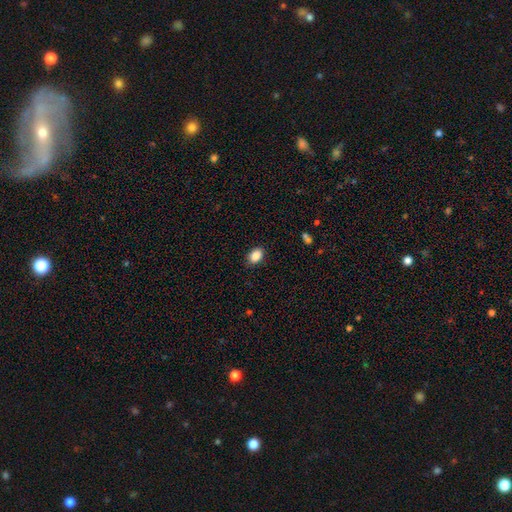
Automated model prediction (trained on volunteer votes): Overall: smooth (88%). How rounded: in between (78%). Merging: none (88%).